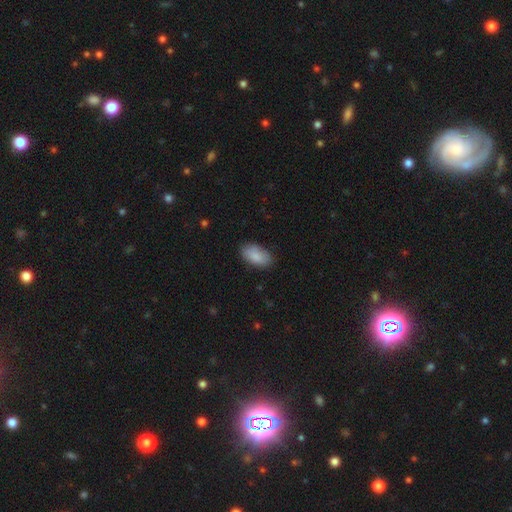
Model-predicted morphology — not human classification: A smooth galaxy with no disk features (87%) that is in between round and cigar-shaped (94%). Merging: none (83%).